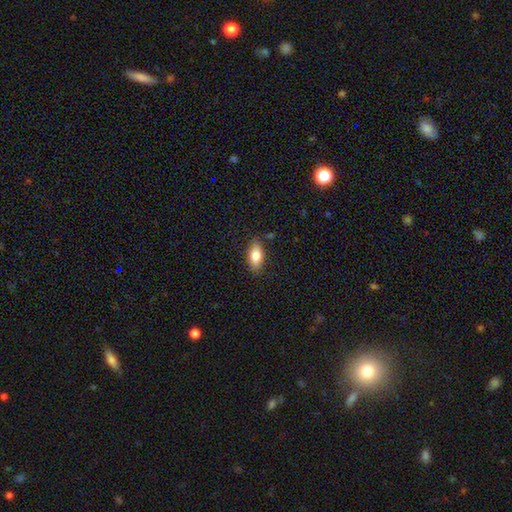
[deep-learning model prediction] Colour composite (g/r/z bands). It shows a smooth galaxy with no disk features (80%) that is in between round and cigar-shaped (89%). Merging: none (84%).